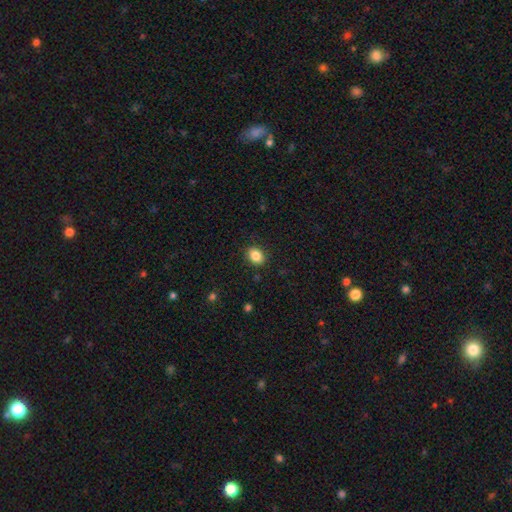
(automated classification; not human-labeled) A smooth galaxy with no disk features (86%) that is in between round and cigar-shaped (64%). Merging: none (88%).